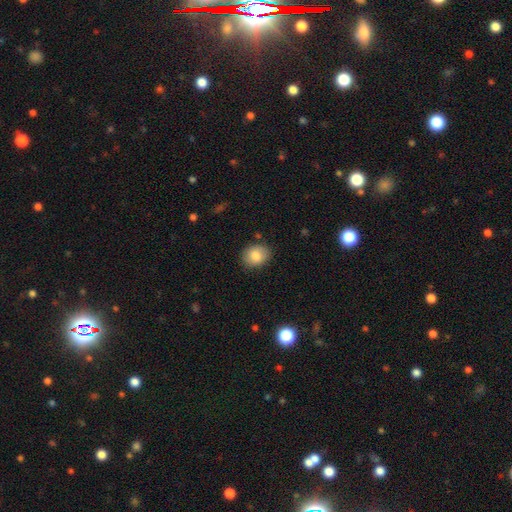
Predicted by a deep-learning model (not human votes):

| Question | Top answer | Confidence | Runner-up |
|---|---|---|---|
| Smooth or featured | smooth | 85% | star or artifact (8%) |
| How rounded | round | 53% | in between (47%) |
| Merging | none | 84% | minor disturbance (12%) |